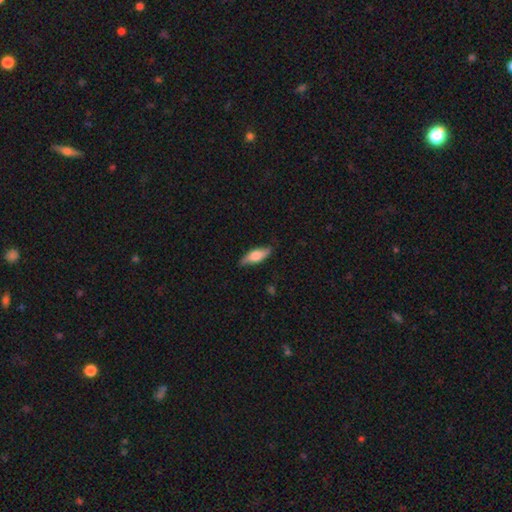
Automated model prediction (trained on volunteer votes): Smooth or featured? Predicted: smooth (p=0.60). How rounded? Predicted: in between (p=0.65). Merging? Predicted: none (p=0.77).